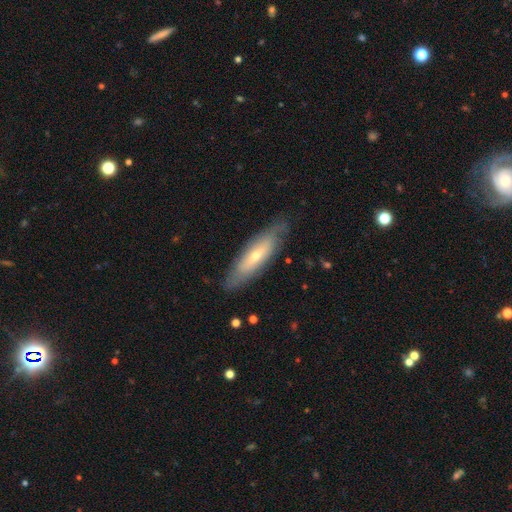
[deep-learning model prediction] Smooth or featured? featured or disk (51%)
Edge-on disk? no (56%)
Merging? none (79%)